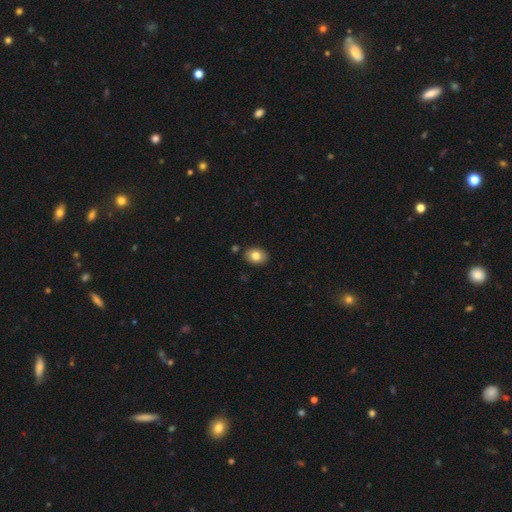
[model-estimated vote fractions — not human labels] smooth 80%, featured or disk 11%, star or artifact 9%. Down the decision tree: how rounded — in between (62%); merging — none (87%).